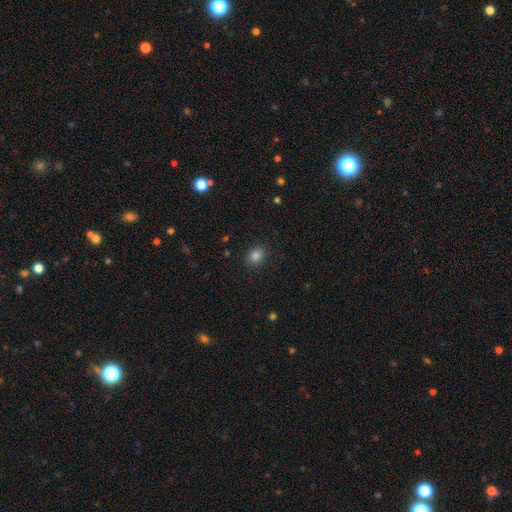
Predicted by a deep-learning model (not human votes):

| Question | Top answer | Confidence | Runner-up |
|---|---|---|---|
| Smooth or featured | smooth | 83% | star or artifact (12%) |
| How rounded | round | 55% | in between (44%) |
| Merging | none | 88% | minor disturbance (9%) |